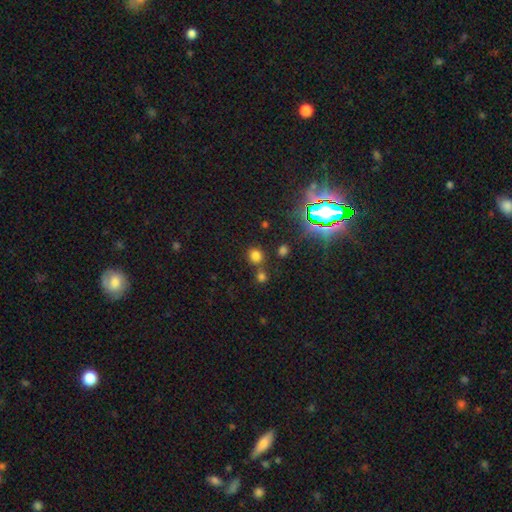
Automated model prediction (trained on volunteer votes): Smooth or featured: smooth — 71% (star or artifact — 24%)
How rounded: round — 86% (in between — 12%)
Merging: none — 70% (merger — 19%)